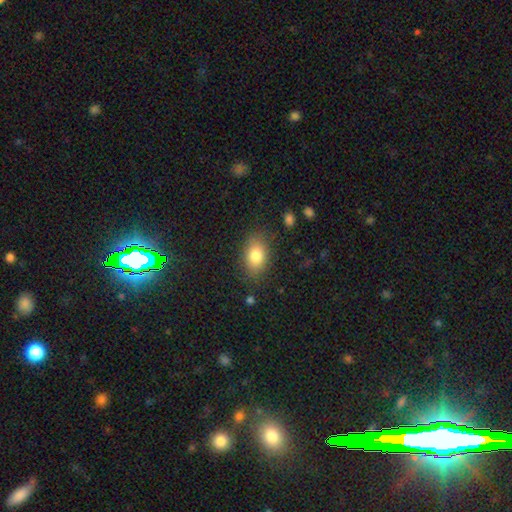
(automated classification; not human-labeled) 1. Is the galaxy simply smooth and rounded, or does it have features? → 82% smooth, 9% featured or disk, 8% star or artifact.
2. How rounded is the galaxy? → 85% in between, 14% round, 2% cigar-shaped.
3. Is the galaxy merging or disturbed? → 83% none, 12% minor disturbance, 4% major disturbance, 1% merger.